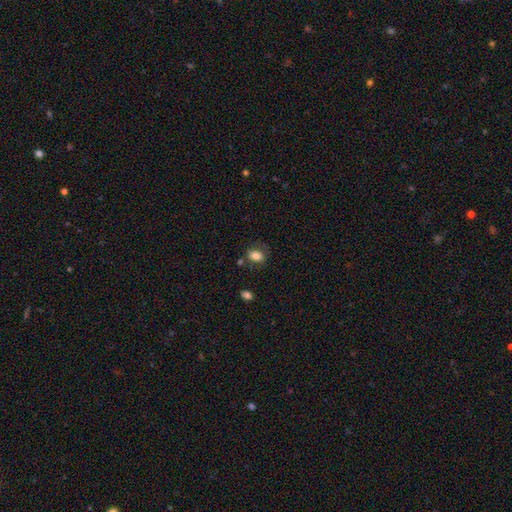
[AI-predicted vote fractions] A smooth galaxy with no disk features (82%) that is in between round and cigar-shaped (76%).

Vote fractions:
- Smooth or featured? smooth: 82% / star or artifact: 9% / featured or disk: 9%
- How rounded? in between: 76% / round: 22% / cigar-shaped: 1%
- Merging? none: 62% / minor disturbance: 22% / major disturbance: 10% / merger: 6%